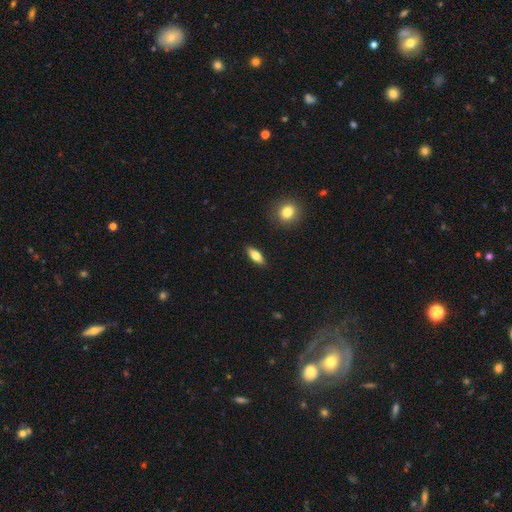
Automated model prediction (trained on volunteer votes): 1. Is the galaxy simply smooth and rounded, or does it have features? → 70% smooth, 24% featured or disk, 7% star or artifact.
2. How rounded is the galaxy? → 71% in between, 26% cigar-shaped, 3% round.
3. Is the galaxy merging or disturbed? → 88% none, 8% minor disturbance, 2% major disturbance, 1% merger.